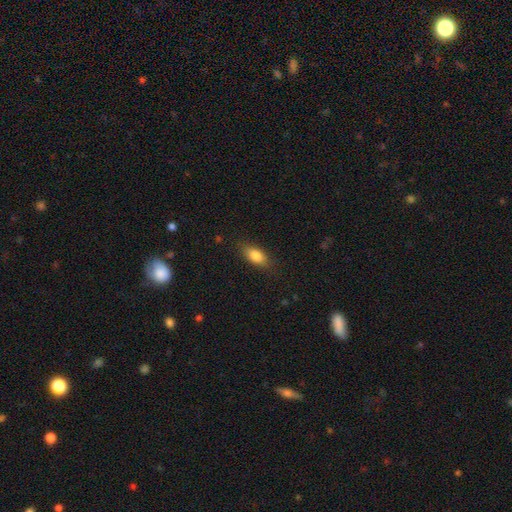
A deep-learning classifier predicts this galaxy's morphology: type=smooth (83%); roundness=in between (84%); merging=none (83%).